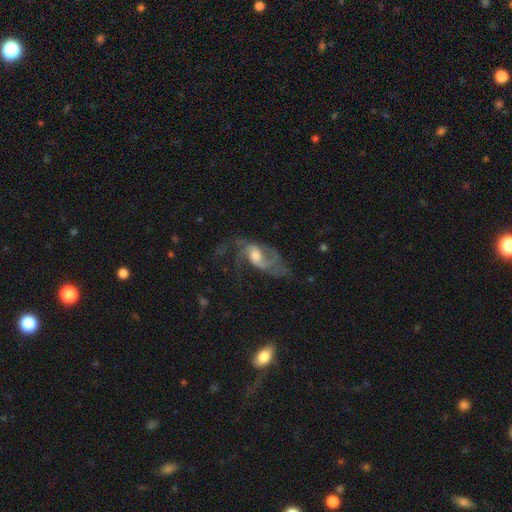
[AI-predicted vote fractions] A featured or disk galaxy (80%) with no bar (49%), 2 (46%) loose (46%) spiral arms (91%) and a moderate central bulge (60%). Merging: none (41%).